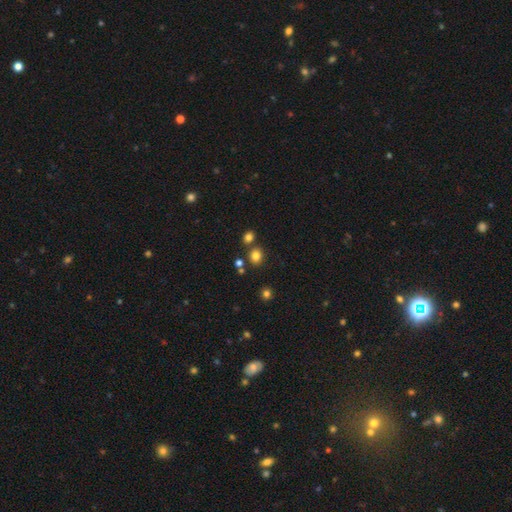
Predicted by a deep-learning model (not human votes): This appears to be a smooth galaxy with no disk features (80%) that is round (68%). Merging: none (74%).